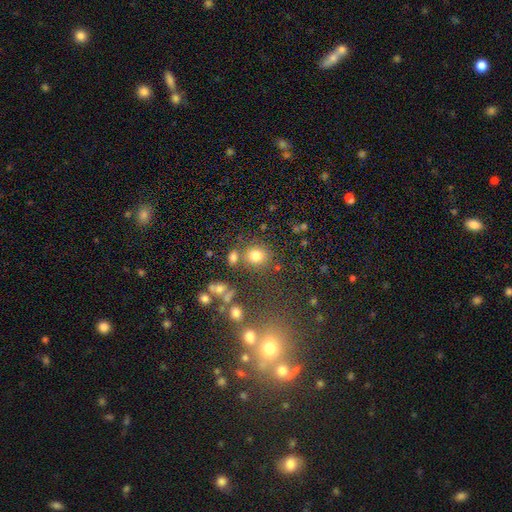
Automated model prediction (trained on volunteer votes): smooth 74%, star or artifact 16%, featured or disk 10%. Down the decision tree: how rounded — round (78%); merging — none (67%).